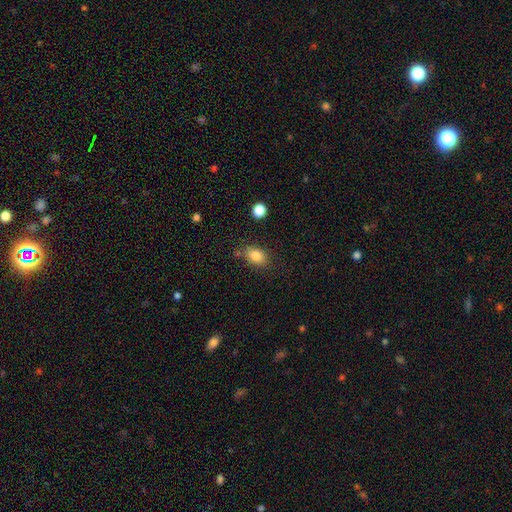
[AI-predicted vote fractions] smooth-or-featured: smooth: 83% | star or artifact: 10% | featured or disk: 7%
  how-rounded: in between: 73% | round: 26% | cigar-shaped: 2%
  merging: none: 72% | minor disturbance: 17% | merger: 6% | major disturbance: 5%